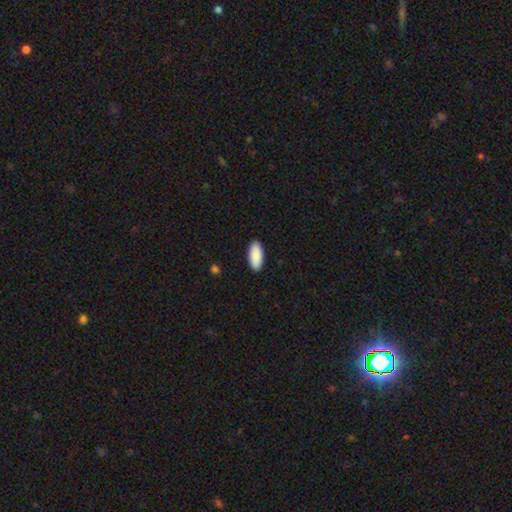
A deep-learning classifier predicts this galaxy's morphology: This appears to be a smooth galaxy with no disk features (91%) that is in between round and cigar-shaped (87%). Merging: none (91%).